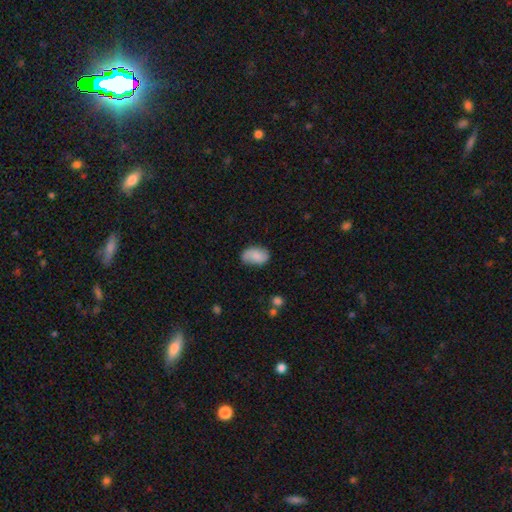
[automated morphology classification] This is likely a smooth galaxy (73%). How rounded: clearly in between (89%). Merging: likely none (64%).